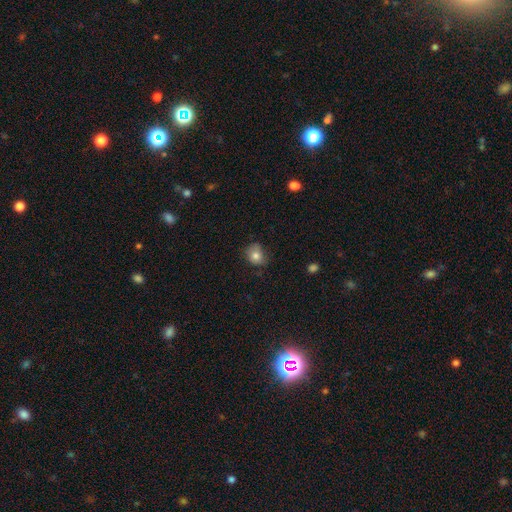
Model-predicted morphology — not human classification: Smooth or featured? smooth (78%)
How rounded? round (62%)
Merging? none (63%)